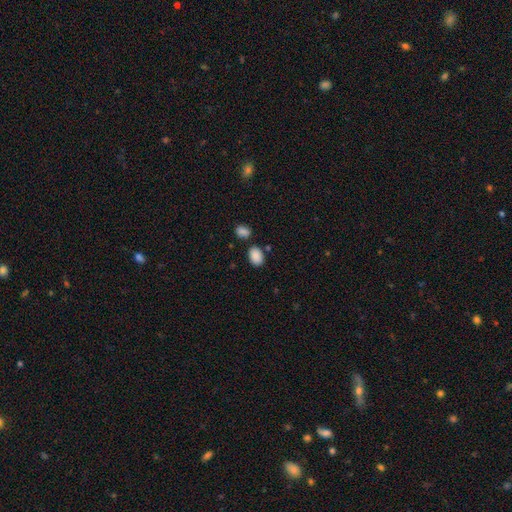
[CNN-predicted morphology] Overall: smooth (89%). How rounded: in between (85%). Merging: none (76%).